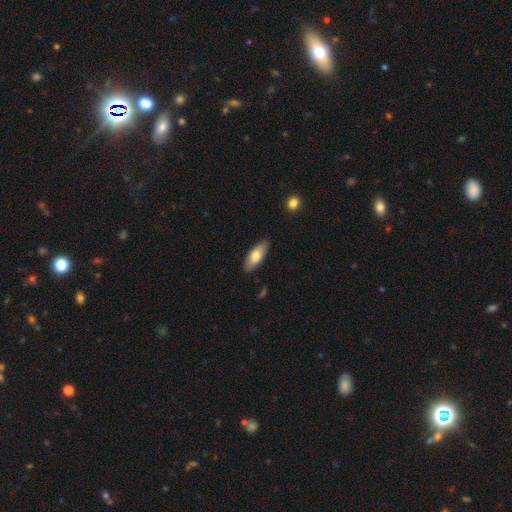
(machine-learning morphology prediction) type=smooth (73%); roundness=in between (77%); merging=none (87%).